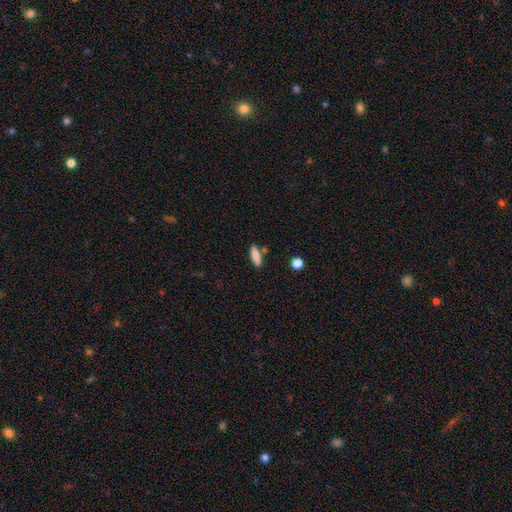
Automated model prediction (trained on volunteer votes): This is clearly a smooth galaxy (84%). How rounded: possibly in between (55%). Merging: likely none (79%).